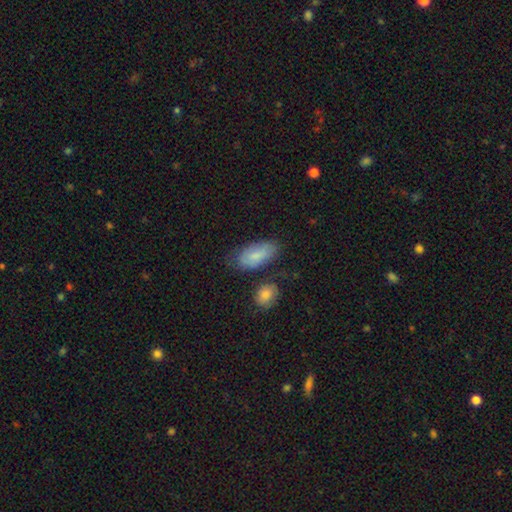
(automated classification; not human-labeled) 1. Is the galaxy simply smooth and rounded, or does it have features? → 79% smooth, 15% featured or disk, 6% star or artifact.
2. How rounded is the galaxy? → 92% in between, 4% cigar-shaped, 3% round.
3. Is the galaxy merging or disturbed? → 66% none, 21% minor disturbance, 7% merger, 6% major disturbance.